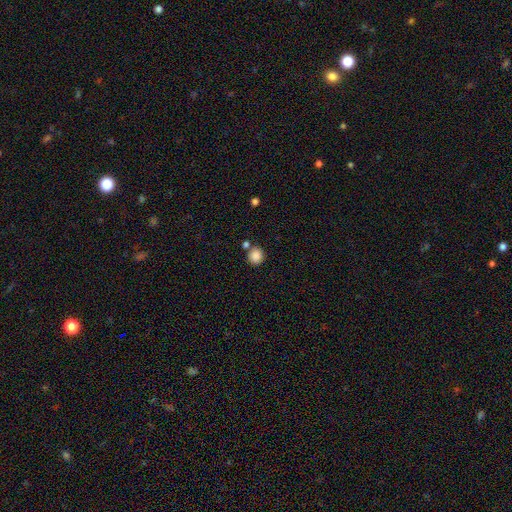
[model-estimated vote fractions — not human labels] A smooth galaxy with no disk features (87%) that is round (87%). Merging: none (73%).